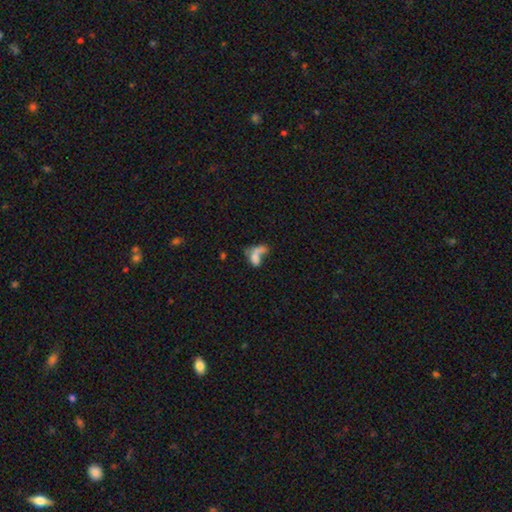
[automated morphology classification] smooth 58%, featured or disk 29%, star or artifact 13%. Down the decision tree: how rounded — in between (77%); merging — merger (37%).